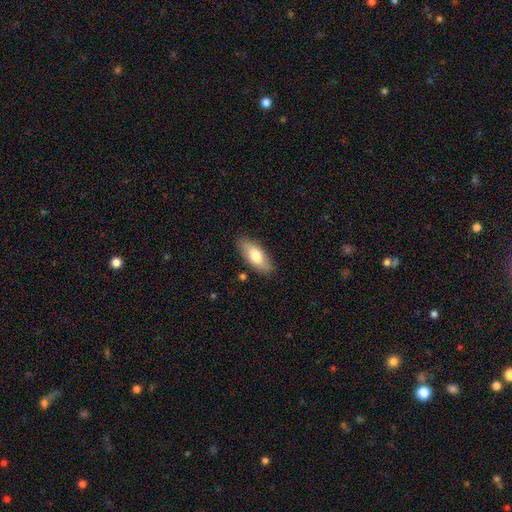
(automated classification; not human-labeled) smooth_or_featured: smooth (p=0.75) [alt: featured or disk p=0.20]
how_rounded: in between (p=0.82) [alt: cigar-shaped p=0.16]
merging: none (p=0.85) [alt: minor disturbance p=0.11]